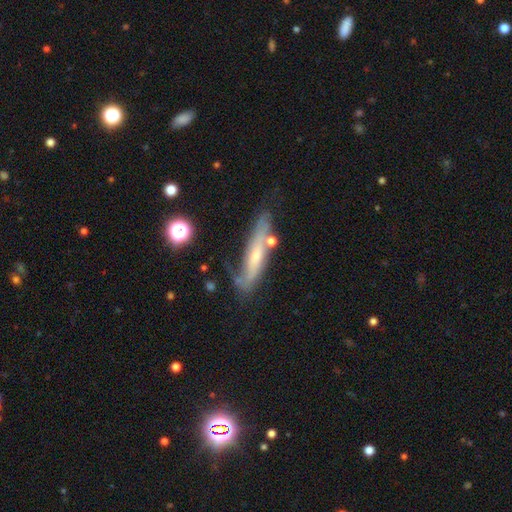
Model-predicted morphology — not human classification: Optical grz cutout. It shows a featured or disk galaxy (61%) viewed edge-on (56%). Merging: none (51%).